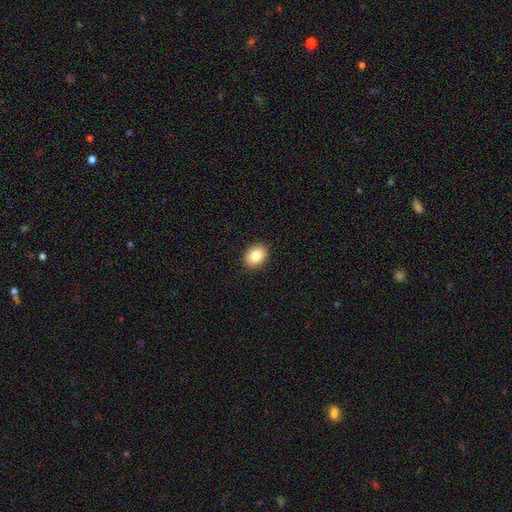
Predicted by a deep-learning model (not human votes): A smooth galaxy with no disk features (84%) that is in between round and cigar-shaped (59%).

Vote fractions:
- Smooth or featured? smooth: 84% / star or artifact: 8% / featured or disk: 8%
- How rounded? in between: 59% / round: 40% / cigar-shaped: 1%
- Merging? none: 91% / minor disturbance: 6% / major disturbance: 2% / merger: 1%